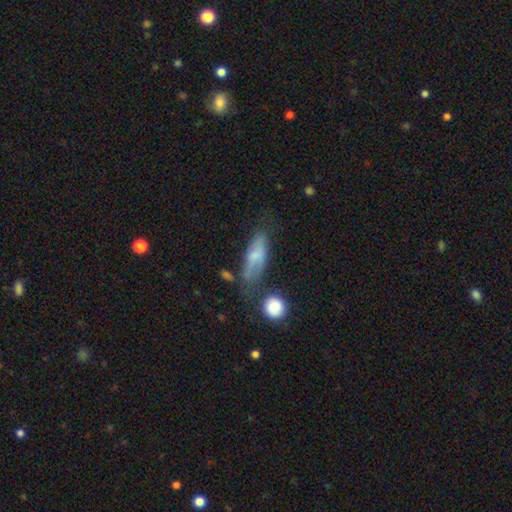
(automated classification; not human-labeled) This appears to be a smooth galaxy with no disk features (61%) that is in between round and cigar-shaped (62%). Merging: none (46%).